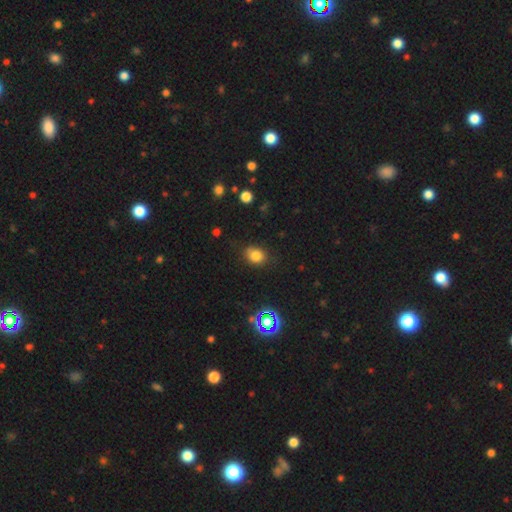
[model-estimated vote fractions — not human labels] Morphology: type=smooth (80%); roundness=round (53%); merging=none (76%).